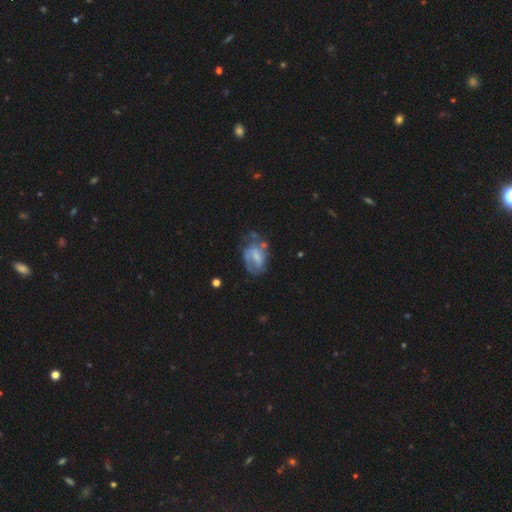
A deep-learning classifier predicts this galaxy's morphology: Smooth or featured? featured or disk (54%)
Edge-on disk? no (96%)
Bar? no (45%)
Spiral arms? yes (52%)
Bulge size? none (35%)
Merging? none (39%)